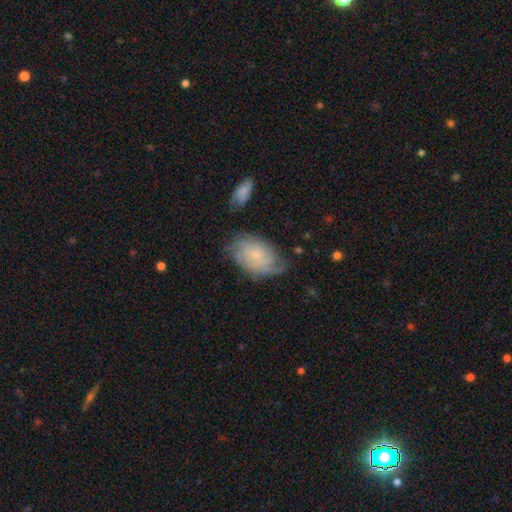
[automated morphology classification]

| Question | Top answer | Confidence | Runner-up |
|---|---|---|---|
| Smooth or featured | featured or disk | 61% | smooth (32%) |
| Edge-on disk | no | 96% | yes (4%) |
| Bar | no | 78% | weak (19%) |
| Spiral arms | yes | 87% | no (13%) |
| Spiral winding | tight | 52% | medium (31%) |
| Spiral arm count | can't tell | 50% | 2 (19%) |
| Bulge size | small | 77% | moderate (13%) |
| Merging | none | 59% | minor disturbance (26%) |